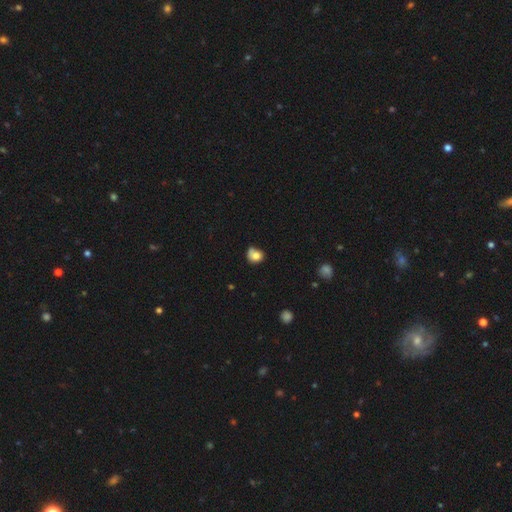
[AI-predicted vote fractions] smooth-or-featured: smooth: 77% | featured or disk: 13% | star or artifact: 10%
  how-rounded: round: 70% | in between: 29% | cigar-shaped: 1%
  merging: none: 48% | minor disturbance: 30% | merger: 11% | major disturbance: 10%